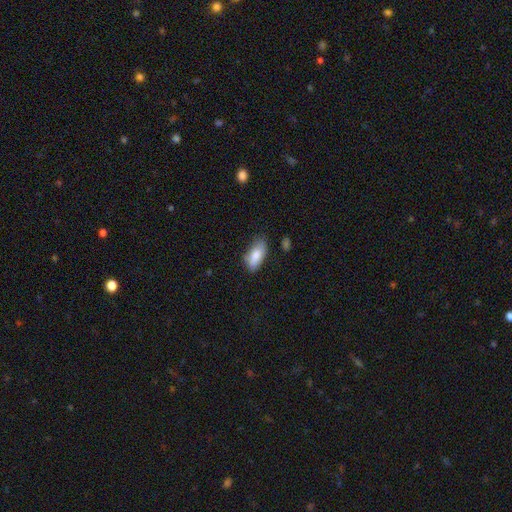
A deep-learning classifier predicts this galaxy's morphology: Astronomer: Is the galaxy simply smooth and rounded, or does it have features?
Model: smooth — 84%.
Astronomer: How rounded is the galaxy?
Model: in between — 88%.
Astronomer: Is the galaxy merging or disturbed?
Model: none — 68%.